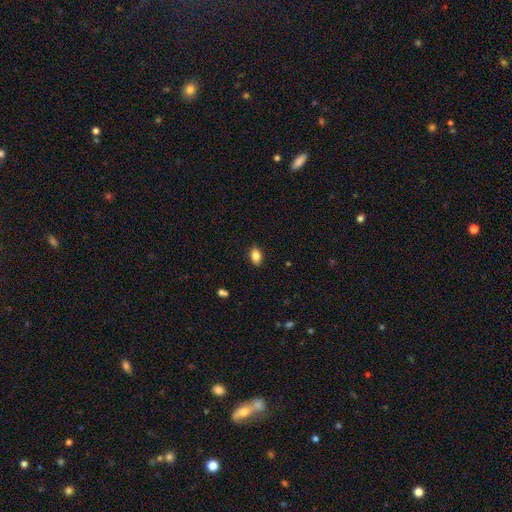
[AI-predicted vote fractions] smooth 86%, star or artifact 8%, featured or disk 6%. Down the decision tree: how rounded — in between (87%); merging — none (88%).